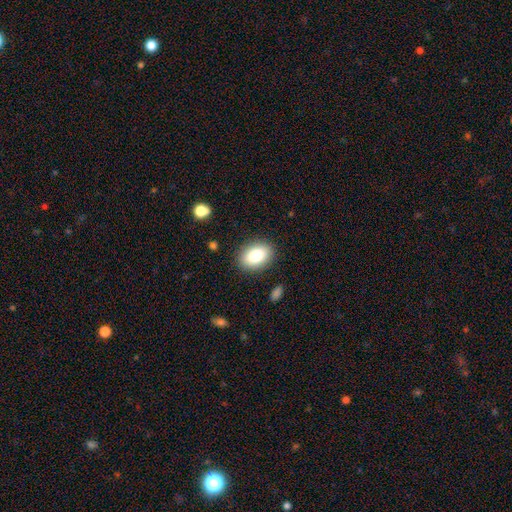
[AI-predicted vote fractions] A smooth galaxy with no disk features (82%) that is in between round and cigar-shaped (82%).

Vote fractions:
- Smooth or featured? smooth: 82% / featured or disk: 10% / star or artifact: 8%
- How rounded? in between: 82% / round: 17% / cigar-shaped: 1%
- Merging? none: 87% / minor disturbance: 9% / major disturbance: 3% / merger: 1%